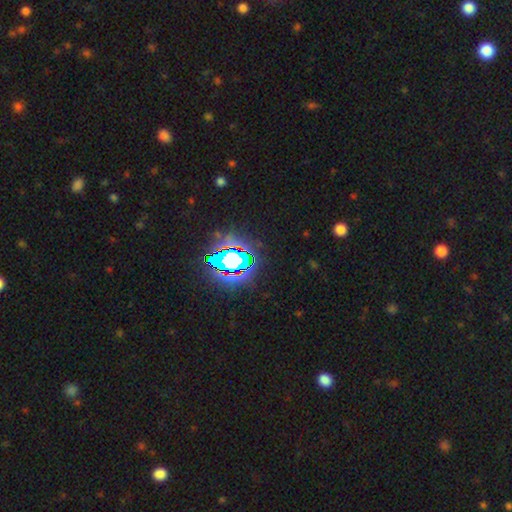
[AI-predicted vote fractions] Morphology: type=star or artifact (77%).